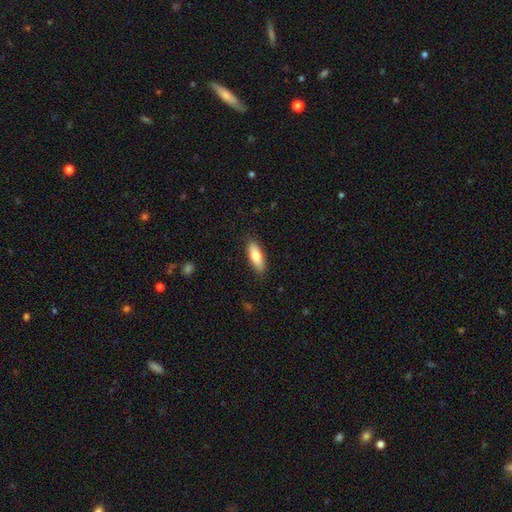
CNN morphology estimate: Smooth or featured? Predicted: smooth (p=0.74). How rounded? Predicted: in between (p=0.62). Merging? Predicted: none (p=0.88).